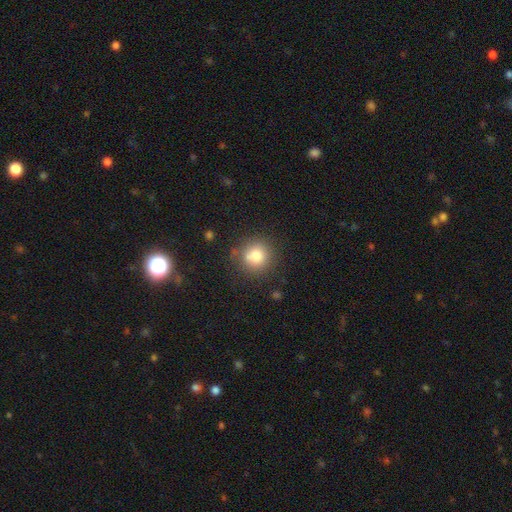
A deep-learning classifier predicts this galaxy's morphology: This appears to be a smooth galaxy with no disk features (78%) that is round (92%). Merging: none (76%).